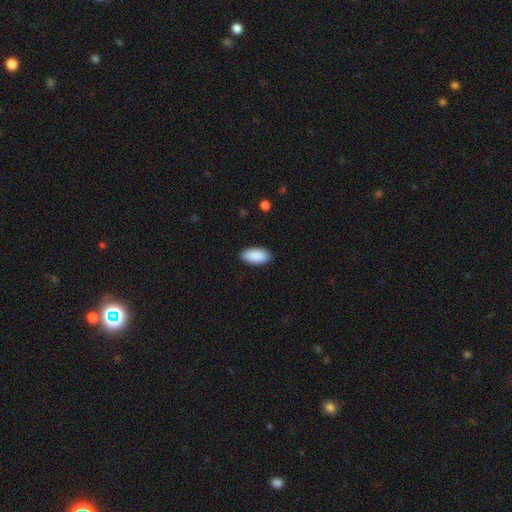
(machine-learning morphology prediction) Smooth or featured? Predicted: smooth (p=0.92). How rounded? Predicted: in between (p=0.94). Merging? Predicted: none (p=0.89).